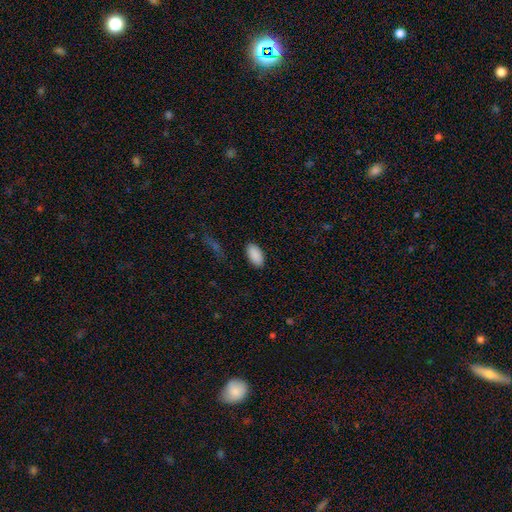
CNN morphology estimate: Smooth or featured?
  - smooth: 90% *
  - star or artifact: 7%
  - featured or disk: 3%
How rounded?
  - in between: 95% *
  - round: 3%
  - cigar-shaped: 3%
Merging?
  - none: 88% *
  - minor disturbance: 9%
  - major disturbance: 2%
  - merger: 1%